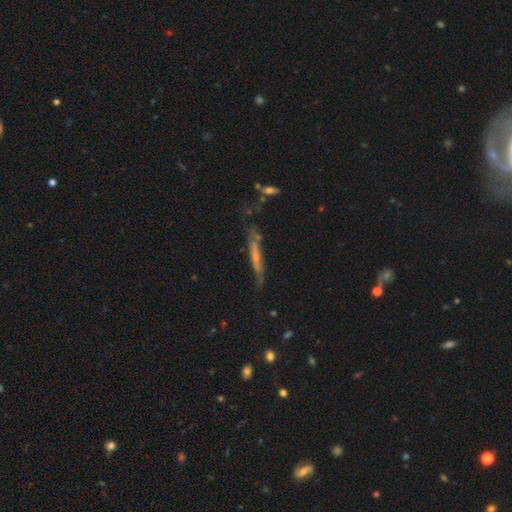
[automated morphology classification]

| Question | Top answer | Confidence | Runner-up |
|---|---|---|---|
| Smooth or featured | featured or disk | 54% | smooth (37%) |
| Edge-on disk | yes | 80% | no (20%) |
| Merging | none | 60% | minor disturbance (24%) |